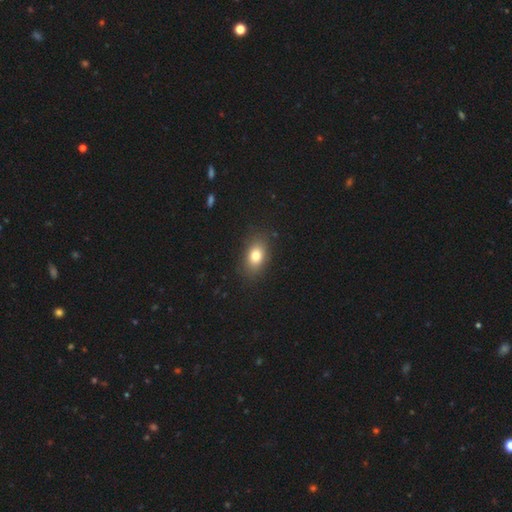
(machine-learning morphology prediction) This is likely a smooth galaxy (79%). How rounded: clearly in between (81%). Merging: clearly none (86%).